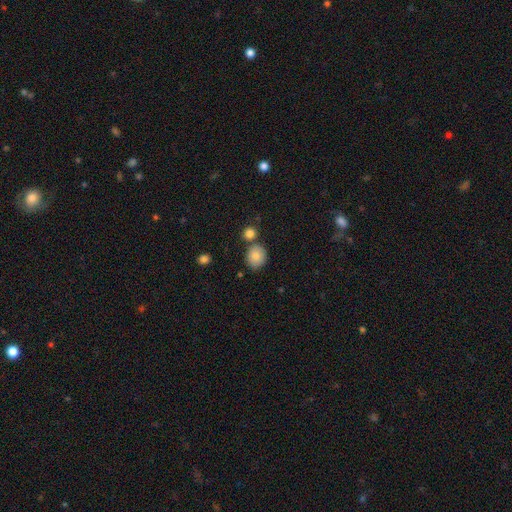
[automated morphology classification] A smooth galaxy with no disk features (83%) that is round (73%).

Vote fractions:
- Smooth or featured? smooth: 83% / star or artifact: 9% / featured or disk: 8%
- How rounded? round: 73% / in between: 27% / cigar-shaped: 1%
- Merging? none: 70% / merger: 16% / minor disturbance: 11% / major disturbance: 3%